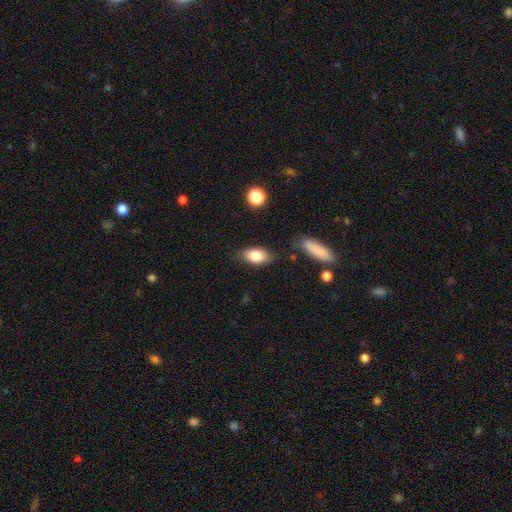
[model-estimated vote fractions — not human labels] This is clearly a smooth galaxy (81%). How rounded: clearly in between (88%). Merging: likely none (77%).